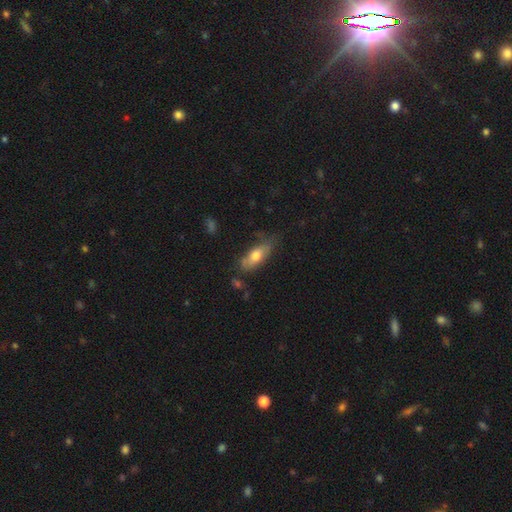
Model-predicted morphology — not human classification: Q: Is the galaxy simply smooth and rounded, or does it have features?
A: smooth — 67%.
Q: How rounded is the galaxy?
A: in between — 74%.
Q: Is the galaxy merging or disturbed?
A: none — 58%.